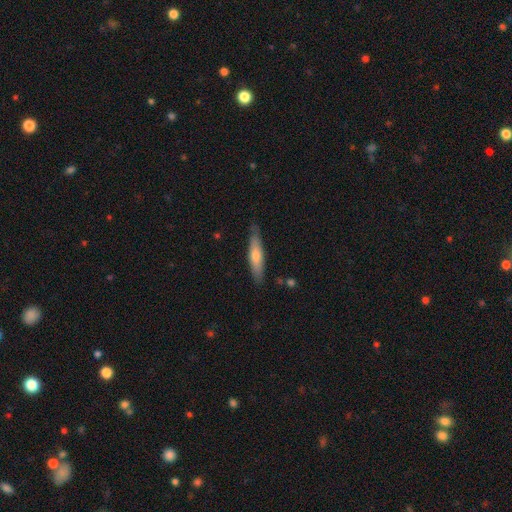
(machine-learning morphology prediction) This appears to be a smooth galaxy with no disk features (51%) that is cigar-shaped (84%). Merging: none (81%).